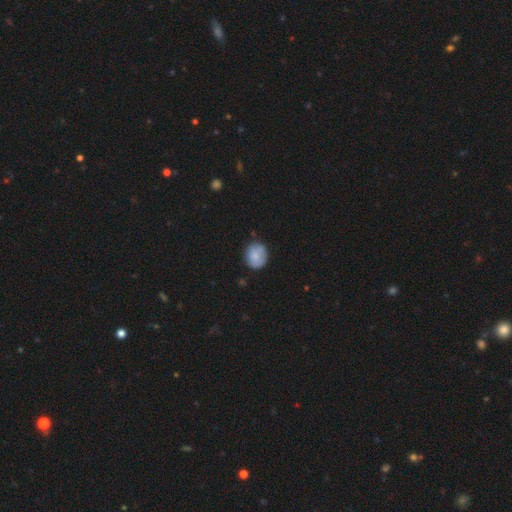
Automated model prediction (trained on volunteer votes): This appears to be a smooth galaxy with no disk features (79%) that is round (69%). Merging: none (74%).